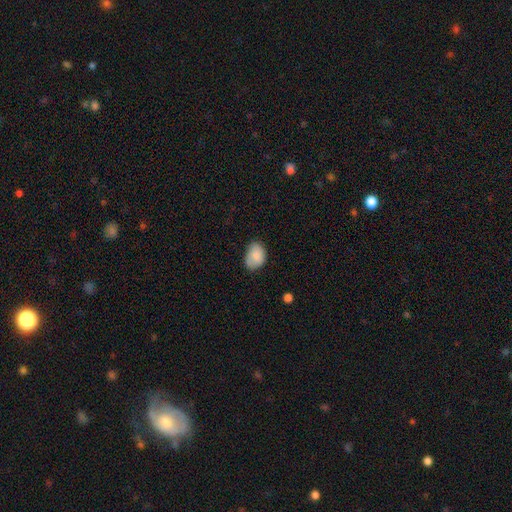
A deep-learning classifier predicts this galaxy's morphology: Smooth or featured? Predicted: smooth (p=0.83). How rounded? Predicted: in between (p=0.76). Merging? Predicted: none (p=0.64).